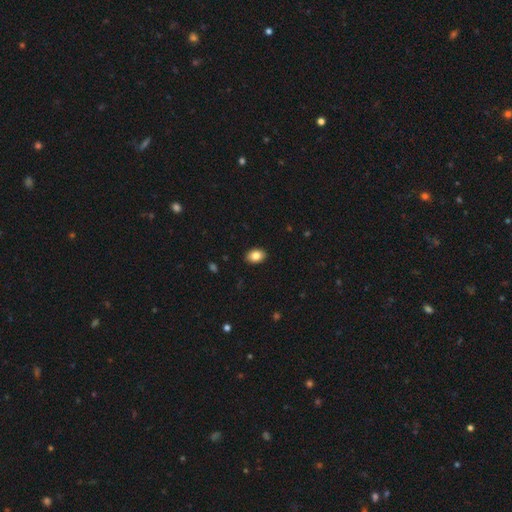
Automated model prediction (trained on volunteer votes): Smooth or featured? Predicted: smooth (p=0.85). How rounded? Predicted: in between (p=0.80). Merging? Predicted: none (p=0.90).